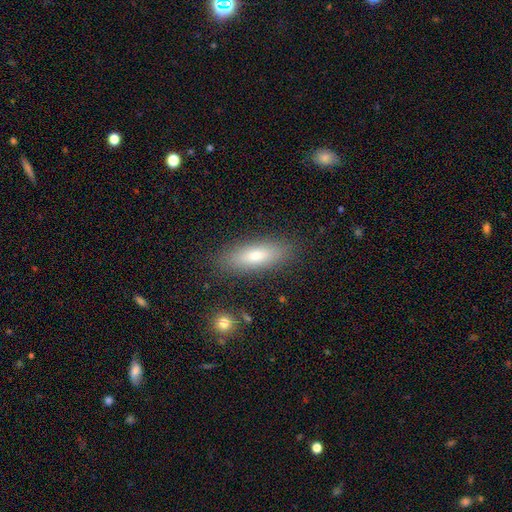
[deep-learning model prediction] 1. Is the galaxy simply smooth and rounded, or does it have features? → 72% smooth, 21% featured or disk, 7% star or artifact.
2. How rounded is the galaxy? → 54% in between, 43% cigar-shaped, 2% round.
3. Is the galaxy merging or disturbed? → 87% none, 9% minor disturbance, 3% major disturbance, 2% merger.